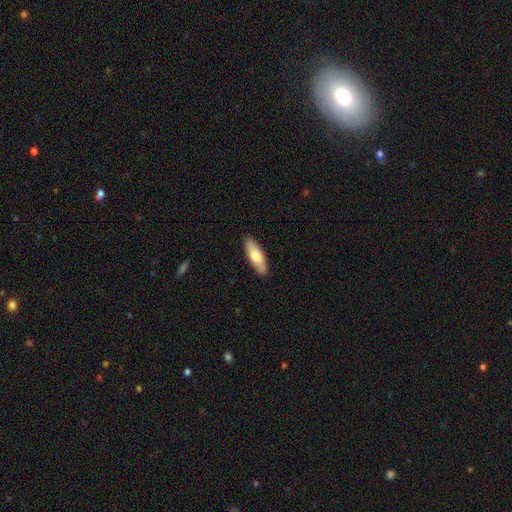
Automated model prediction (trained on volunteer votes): Q: Smooth or featured?
A: smooth (76%); runner-up: featured or disk (19%)
Q: How rounded?
A: in between (57%); runner-up: cigar-shaped (41%)
Q: Merging?
A: none (87%); runner-up: minor disturbance (10%)